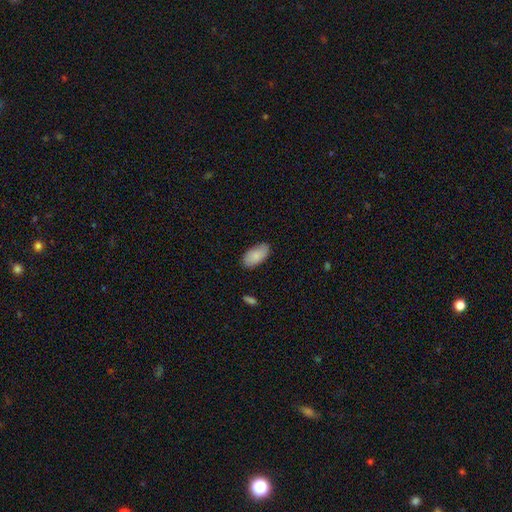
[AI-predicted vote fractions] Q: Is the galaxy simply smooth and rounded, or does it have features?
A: smooth — 85%.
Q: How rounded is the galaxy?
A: in between — 95%.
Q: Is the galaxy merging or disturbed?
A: none — 82%.